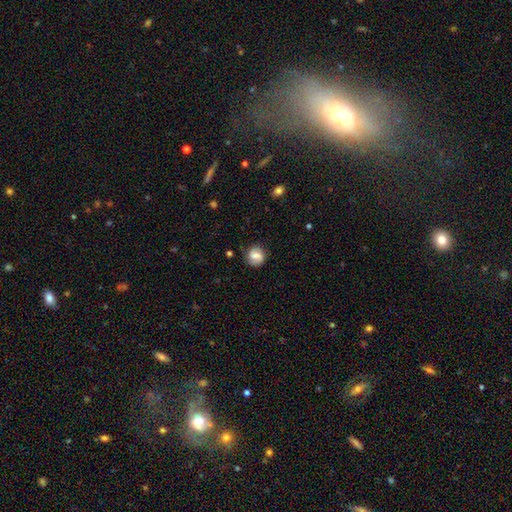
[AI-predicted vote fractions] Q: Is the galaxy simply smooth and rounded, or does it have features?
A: smooth — 62%.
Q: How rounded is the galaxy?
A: round — 80%.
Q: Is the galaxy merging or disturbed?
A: none — 76%.